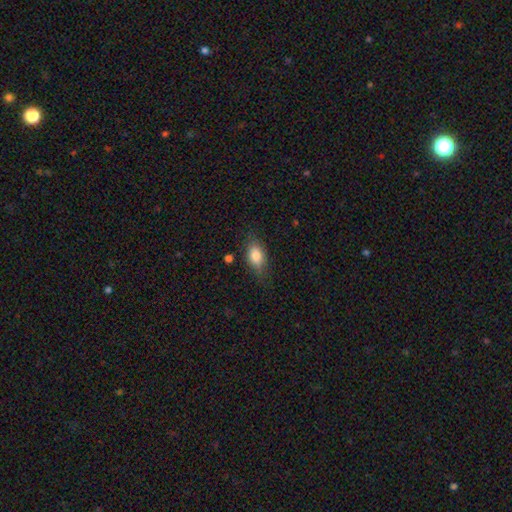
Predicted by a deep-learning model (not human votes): Overall: smooth (82%). How rounded: in between (84%). Merging: none (74%).